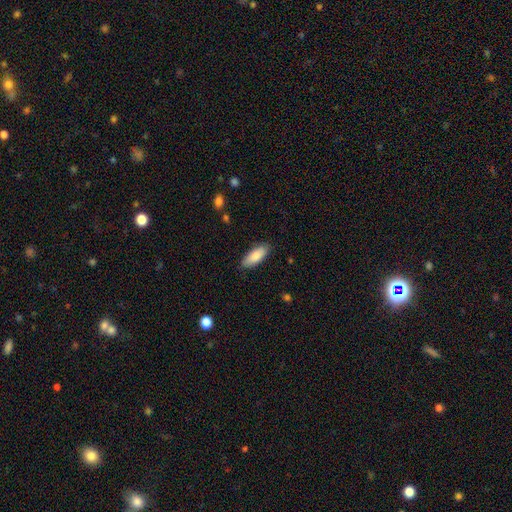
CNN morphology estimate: Q: Smooth or featured?
A: smooth (83%); runner-up: featured or disk (11%)
Q: How rounded?
A: in between (76%); runner-up: cigar-shaped (22%)
Q: Merging?
A: none (87%); runner-up: minor disturbance (10%)